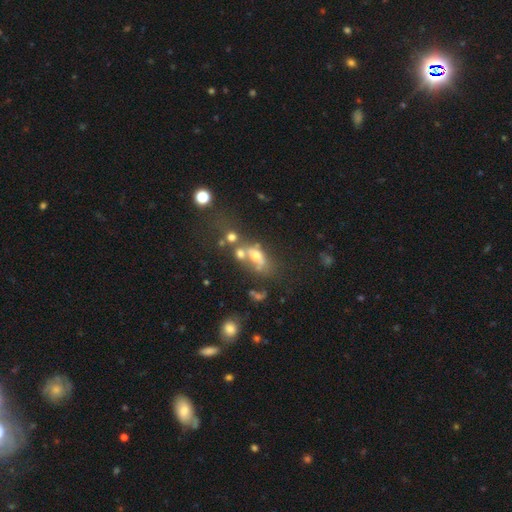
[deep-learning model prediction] This appears to be a smooth galaxy with no disk features (45%). Merging: merger (47%).